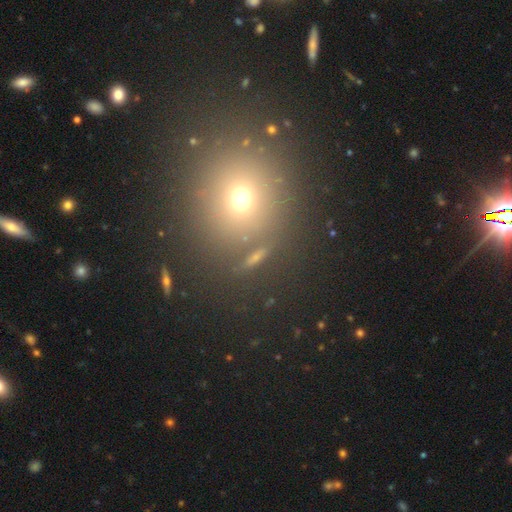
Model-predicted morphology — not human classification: This is possibly a smooth galaxy (52%). How rounded: likely round (76%). Merging: clearly none (82%).